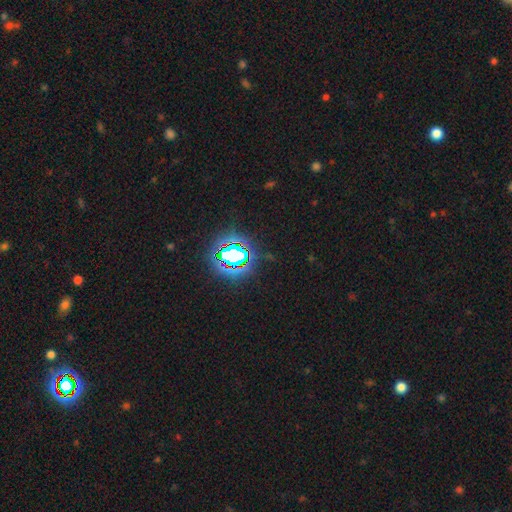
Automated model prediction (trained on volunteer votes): Q: Smooth or featured?
A: star or artifact (83%); runner-up: smooth (10%)